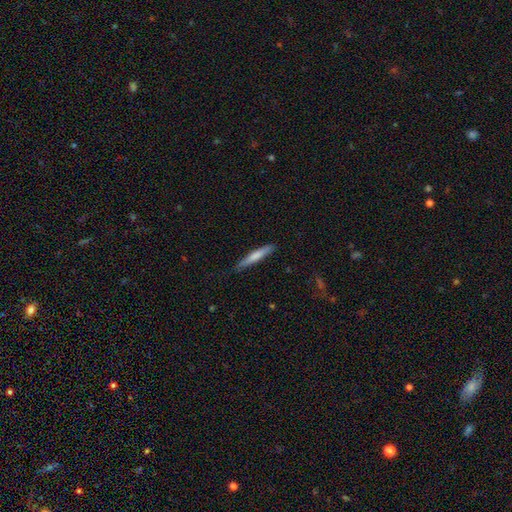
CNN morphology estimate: Q: Smooth or featured?
A: smooth (65%); runner-up: featured or disk (29%)
Q: How rounded?
A: cigar-shaped (94%); runner-up: in between (5%)
Q: Merging?
A: none (83%); runner-up: minor disturbance (13%)